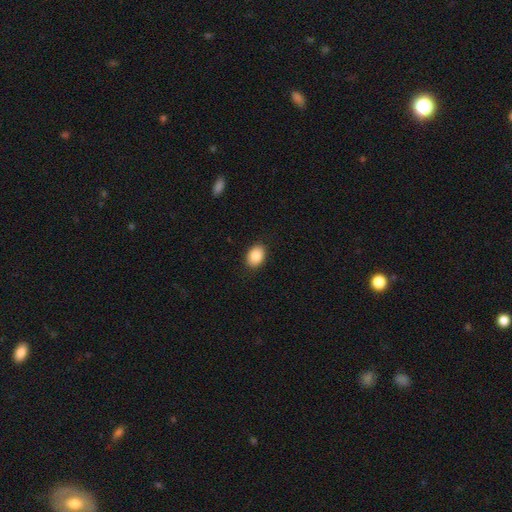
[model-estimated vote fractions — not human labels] The model was most divided on "how rounded": in between: 77%, round: 22%, cigar-shaped: 1%. More confident: smooth or featured — smooth (88%); merging — none (88%).